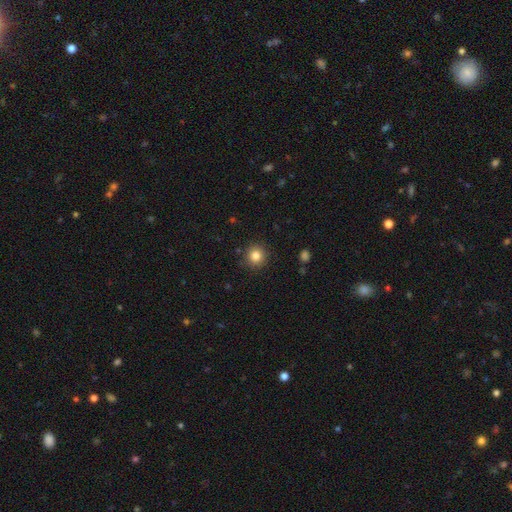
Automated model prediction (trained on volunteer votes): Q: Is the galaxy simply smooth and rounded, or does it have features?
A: smooth — 83%.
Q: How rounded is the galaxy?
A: round — 92%.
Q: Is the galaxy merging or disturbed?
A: none — 90%.